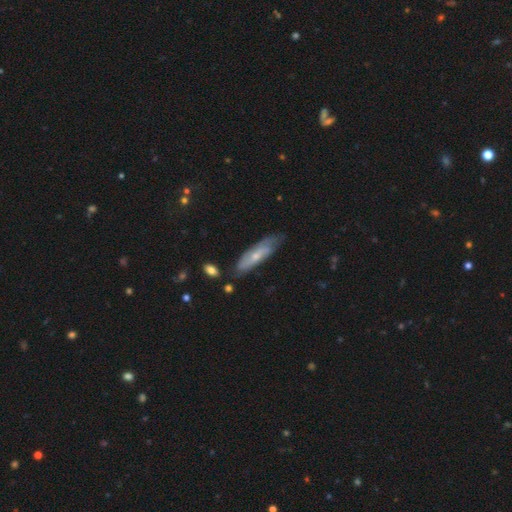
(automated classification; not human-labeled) A featured or disk galaxy (50%).

Vote fractions:
- Smooth or featured? featured or disk: 50% / smooth: 44% / star or artifact: 6%
- Merging? none: 67% / minor disturbance: 24% / major disturbance: 6% / merger: 3%